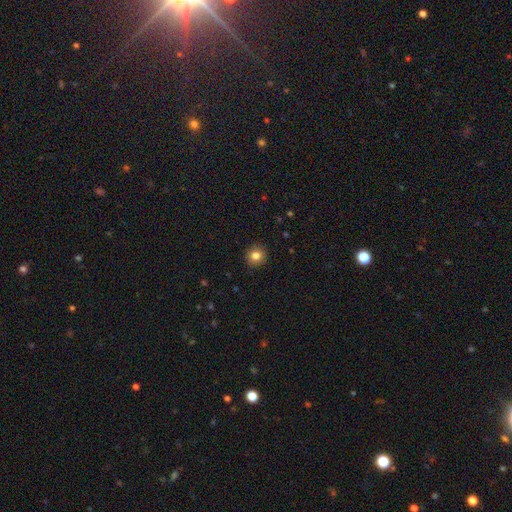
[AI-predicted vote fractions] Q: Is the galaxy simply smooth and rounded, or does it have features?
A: smooth — 82%.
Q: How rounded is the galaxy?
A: round — 91%.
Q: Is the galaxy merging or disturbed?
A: none — 92%.